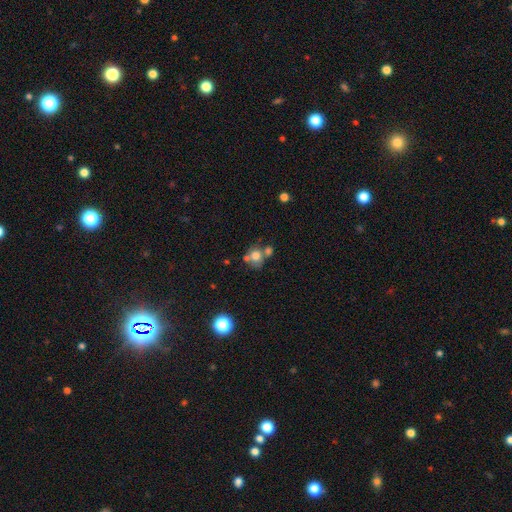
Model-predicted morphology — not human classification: A smooth galaxy with no disk features (69%) that is round (74%). Merging: none (42%).